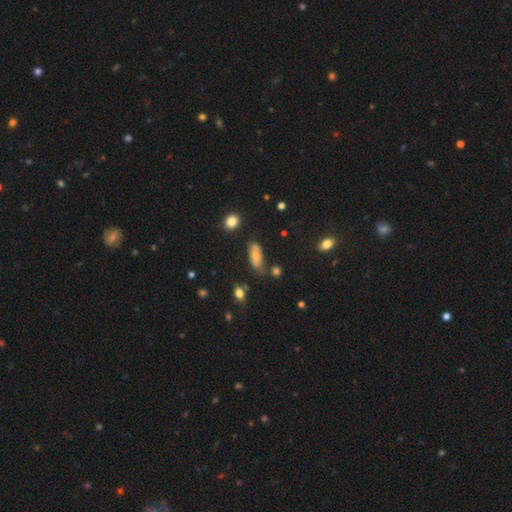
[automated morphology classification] Smooth or featured?
  - smooth: 69% *
  - featured or disk: 21%
  - star or artifact: 10%
How rounded?
  - in between: 76% *
  - cigar-shaped: 21%
  - round: 4%
Merging?
  - none: 58% *
  - minor disturbance: 25%
  - major disturbance: 9%
  - merger: 7%